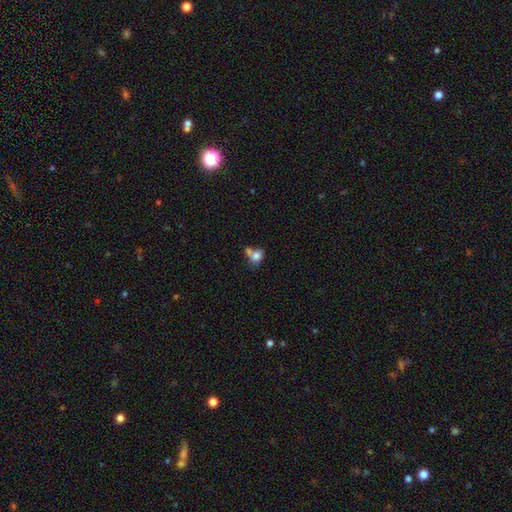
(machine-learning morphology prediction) This is likely a smooth galaxy (76%). How rounded: likely in between (65%). Merging: possibly merger (53%).